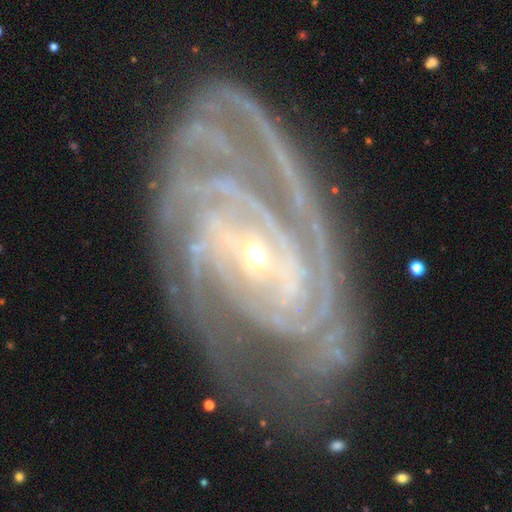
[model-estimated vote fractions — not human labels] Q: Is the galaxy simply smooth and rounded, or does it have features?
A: featured or disk — 91%.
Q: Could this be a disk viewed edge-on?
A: no — 97%.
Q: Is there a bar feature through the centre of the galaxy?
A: no — 41%.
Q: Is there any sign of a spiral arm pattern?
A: yes — 97%.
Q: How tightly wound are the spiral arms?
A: tight — 61%.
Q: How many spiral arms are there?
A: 2 — 28%.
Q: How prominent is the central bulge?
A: small — 77%.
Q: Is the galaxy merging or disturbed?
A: none — 55%.